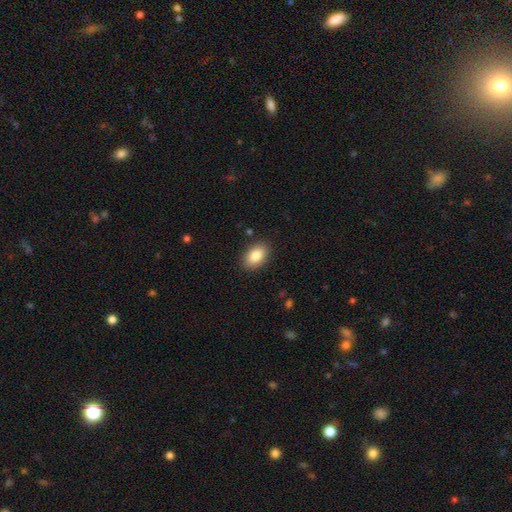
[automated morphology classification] The model was most divided on "smooth or featured": smooth: 84%, featured or disk: 9%, star or artifact: 7%. More confident: how rounded — in between (89%); merging — none (87%).